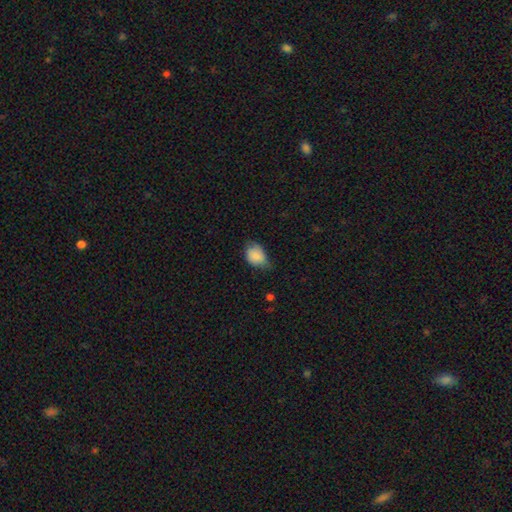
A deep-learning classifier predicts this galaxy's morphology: type=smooth (84%); roundness=in between (73%); merging=minor disturbance (48%).